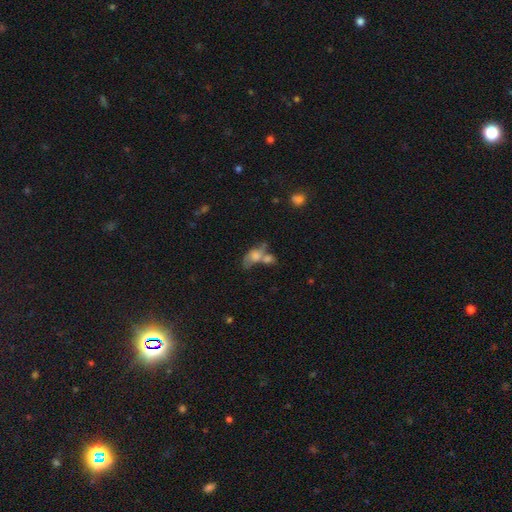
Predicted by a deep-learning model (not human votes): Overall: smooth (58%; featured or disk 30%). How rounded: in between (79%). Merging: merger (53%; none 19%).